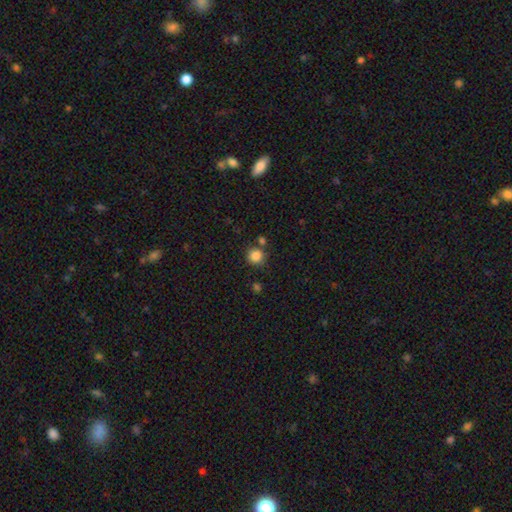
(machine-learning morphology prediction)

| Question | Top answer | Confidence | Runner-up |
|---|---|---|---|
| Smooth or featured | smooth | 85% | star or artifact (11%) |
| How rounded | round | 92% | in between (7%) |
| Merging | none | 77% | merger (10%) |